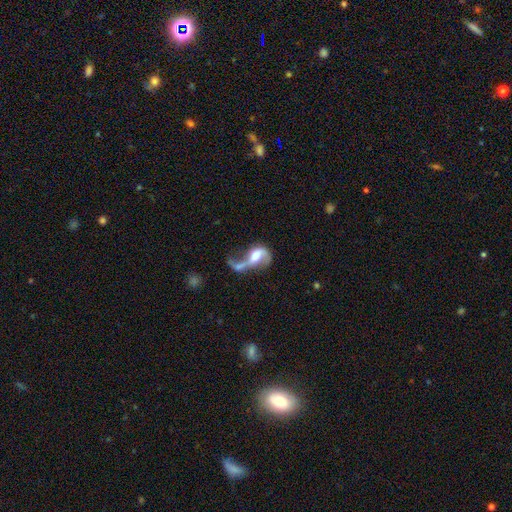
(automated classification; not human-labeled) A featured or disk galaxy (66%) with no bar (48%), 2 (60%) loose (76%) spiral arms (79%) and a moderate central bulge (41%). Merging: merger (39%).